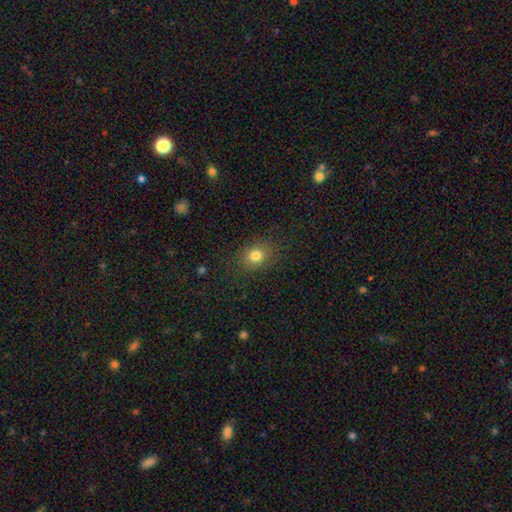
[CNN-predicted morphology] Smooth or featured? smooth (79%)
How rounded? round (59%)
Merging? none (84%)